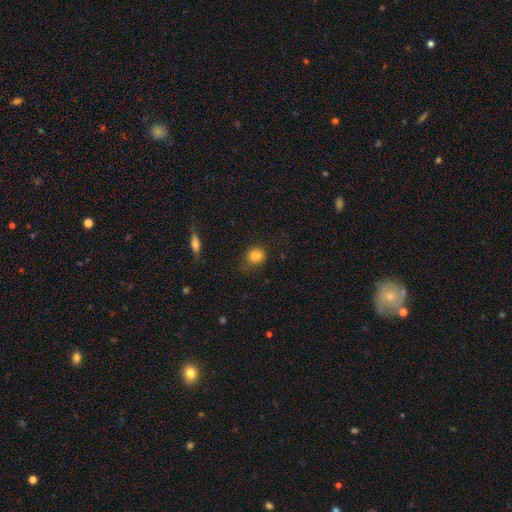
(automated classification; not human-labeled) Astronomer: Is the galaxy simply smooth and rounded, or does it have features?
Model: smooth — 84%.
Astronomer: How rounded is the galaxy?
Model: round — 72%.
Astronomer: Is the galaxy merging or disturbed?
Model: none — 70%.